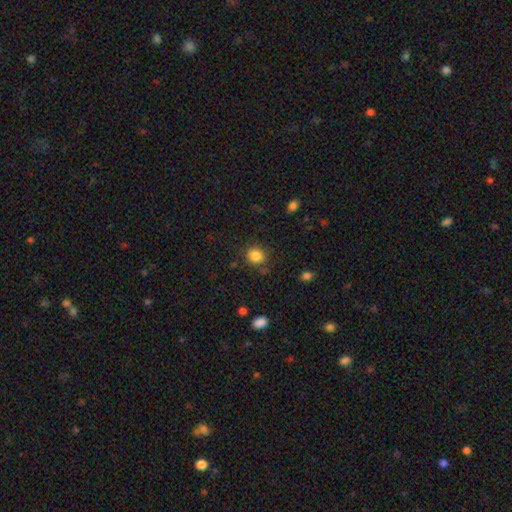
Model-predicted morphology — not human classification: Smooth or featured? smooth (84%)
How rounded? round (78%)
Merging? none (81%)